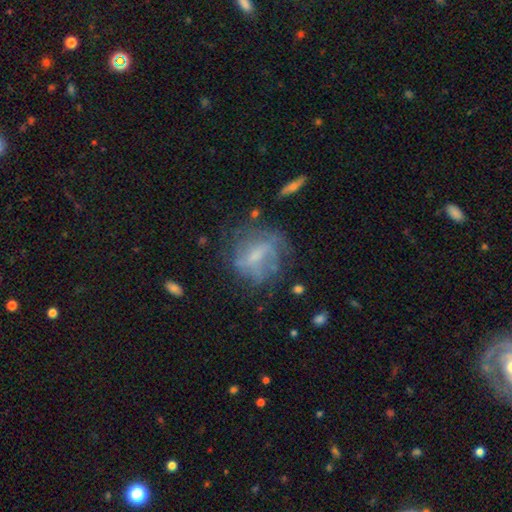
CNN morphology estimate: Smooth or featured: featured or disk — 62% (smooth — 27%)
Edge-on disk: no — 95% (yes — 5%)
Bar: weak — 49% (no — 33%)
Spiral arms: yes — 61% (no — 39%)
Bulge size: small — 42% (moderate — 29%)
Merging: none — 58% (minor disturbance — 21%)